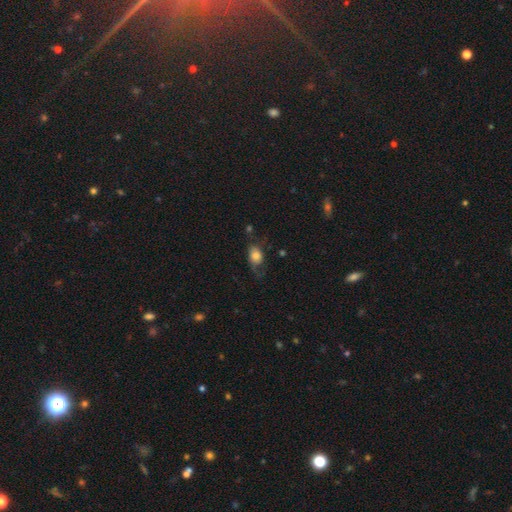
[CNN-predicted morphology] This appears to be a smooth galaxy with no disk features (71%) that is in between round and cigar-shaped (70%). Merging: none (43%).